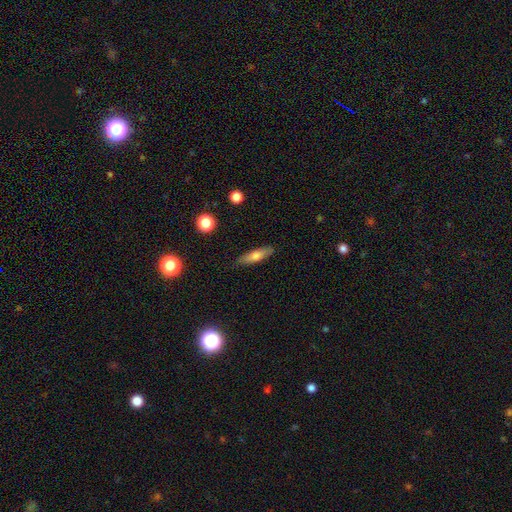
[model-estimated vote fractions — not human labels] smooth 66%, featured or disk 27%, star or artifact 7%. Down the decision tree: how rounded — cigar-shaped (67%); merging — none (86%).